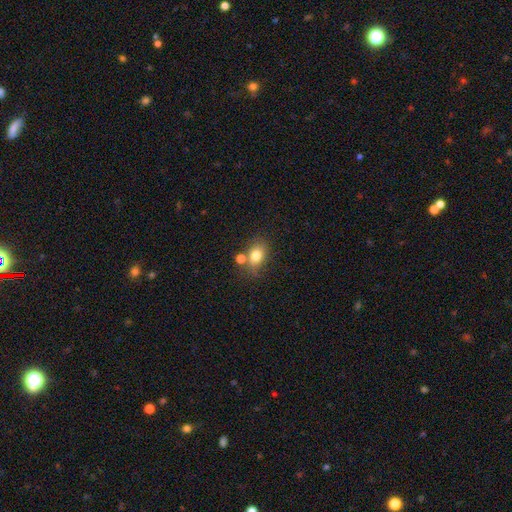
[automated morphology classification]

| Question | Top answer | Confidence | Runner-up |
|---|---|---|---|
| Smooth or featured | smooth | 78% | star or artifact (11%) |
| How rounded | in between | 64% | round (34%) |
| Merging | none | 62% | merger (18%) |